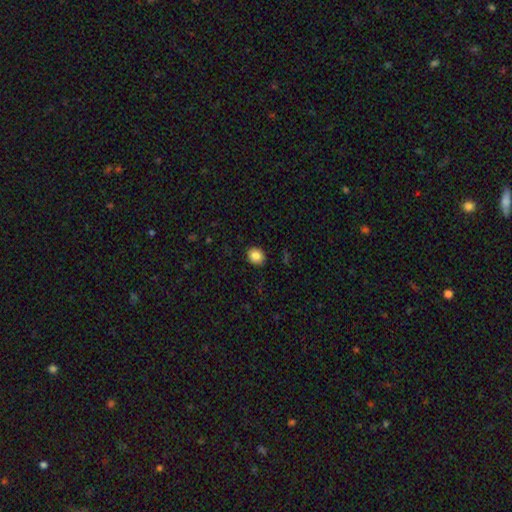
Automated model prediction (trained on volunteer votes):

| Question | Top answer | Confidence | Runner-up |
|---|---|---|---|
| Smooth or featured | smooth | 85% | star or artifact (9%) |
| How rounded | round | 64% | in between (35%) |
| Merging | none | 90% | minor disturbance (7%) |